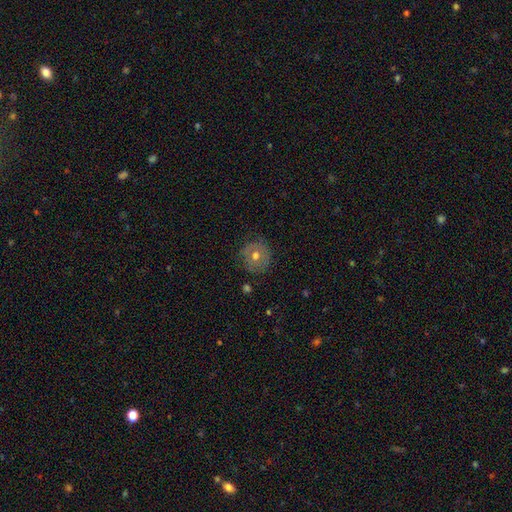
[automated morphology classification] A smooth galaxy with no disk features (52%) that is round (91%).

Vote fractions:
- Smooth or featured? smooth: 52% / featured or disk: 37% / star or artifact: 11%
- How rounded? round: 91% / in between: 8% / cigar-shaped: 1%
- Merging? none: 81% / minor disturbance: 14% / major disturbance: 4% / merger: 1%